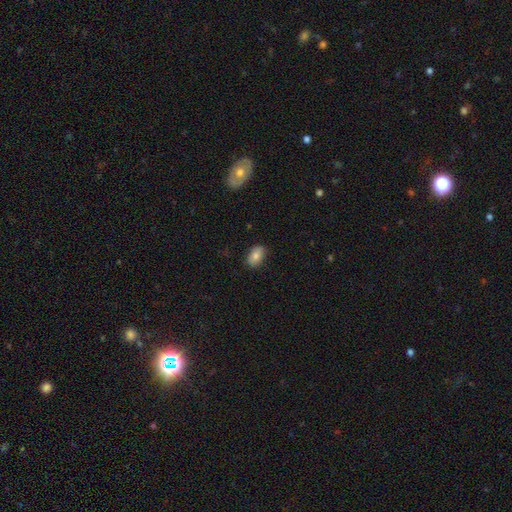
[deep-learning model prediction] smooth_or_featured: smooth (p=0.81) [alt: featured or disk p=0.11]
how_rounded: in between (p=0.89) [alt: round p=0.09]
merging: none (p=0.84) [alt: minor disturbance p=0.13]